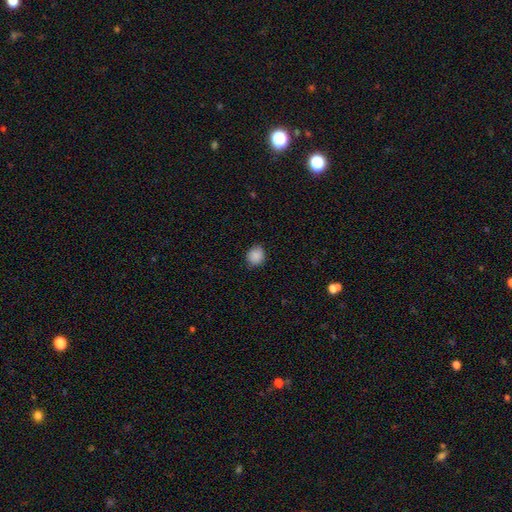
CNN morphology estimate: This appears to be a smooth galaxy with no disk features (88%) that is round (76%). Merging: none (83%).